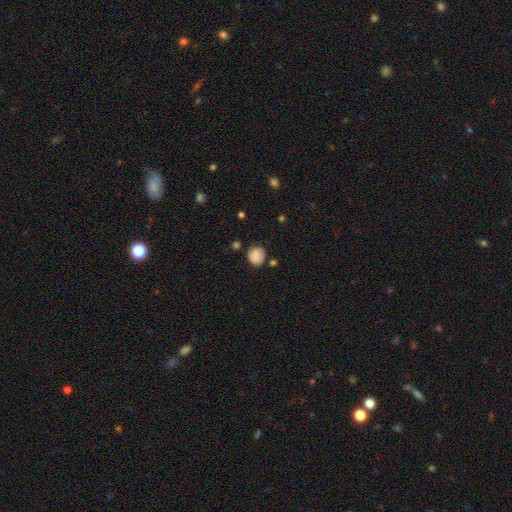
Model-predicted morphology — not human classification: Smooth or featured? Predicted: smooth (p=0.79). How rounded? Predicted: round (p=0.79). Merging? Predicted: none (p=0.68).